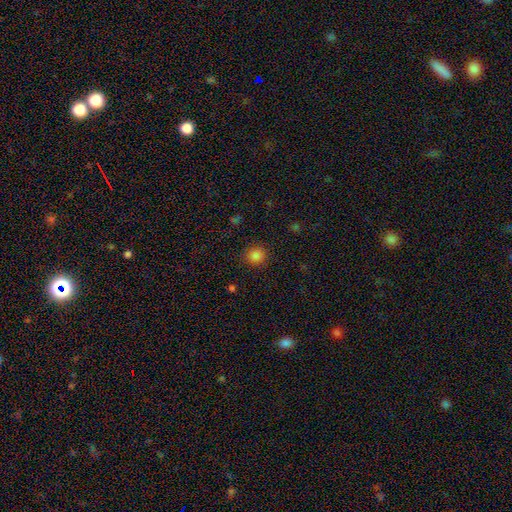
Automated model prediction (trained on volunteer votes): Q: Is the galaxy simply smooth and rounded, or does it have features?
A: smooth — 84%.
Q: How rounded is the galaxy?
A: round — 90%.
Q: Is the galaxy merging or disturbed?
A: none — 89%.